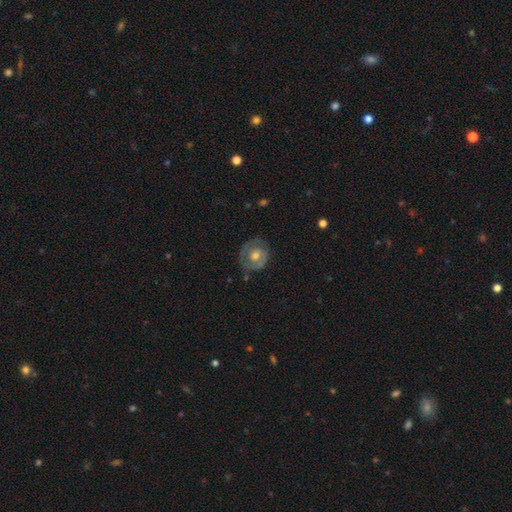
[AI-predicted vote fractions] featured or disk 62%, smooth 31%, star or artifact 6%. Down the decision tree: edge-on disk — no (96%); bar — no (78%); spiral arms — yes (54%); bulge size — moderate (69%); merging — none (70%).